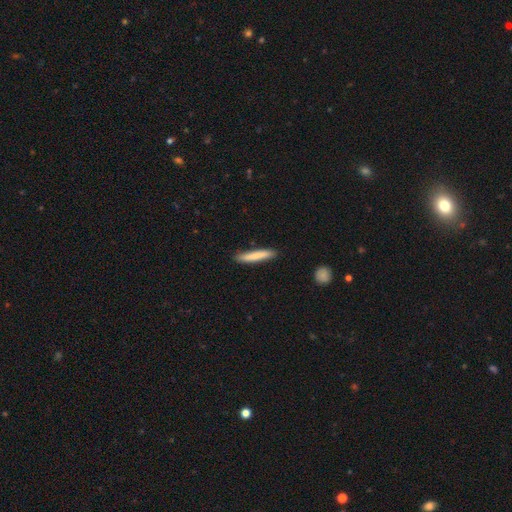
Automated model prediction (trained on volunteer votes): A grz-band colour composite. It shows a smooth galaxy with no disk features (80%) that is cigar-shaped (93%). Merging: none (88%).